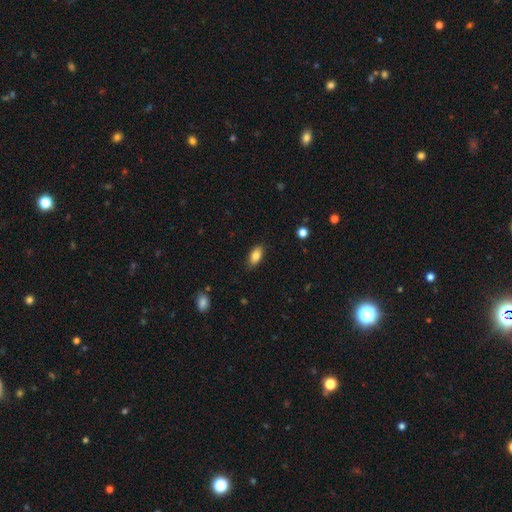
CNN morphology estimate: Q: Smooth or featured?
A: smooth (84%); runner-up: featured or disk (9%)
Q: How rounded?
A: in between (90%); runner-up: cigar-shaped (6%)
Q: Merging?
A: none (85%); runner-up: minor disturbance (11%)